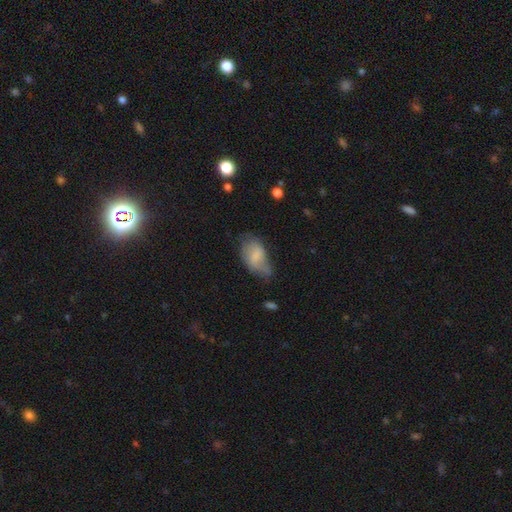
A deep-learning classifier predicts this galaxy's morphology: type=smooth (63%); roundness=in between (91%); merging=minor disturbance (38%).